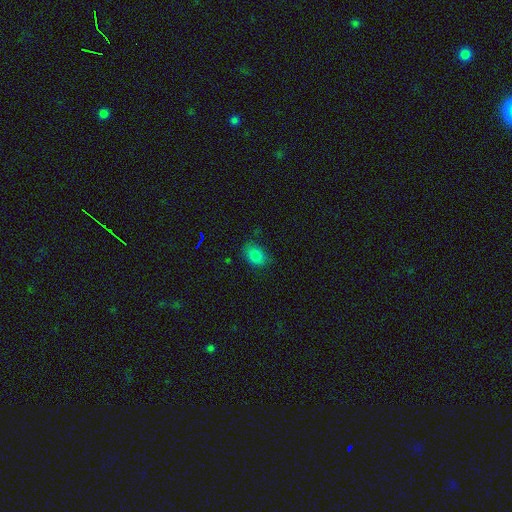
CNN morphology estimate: smooth 81%, star or artifact 12%, featured or disk 6%. Down the decision tree: how rounded — in between (68%); merging — none (75%).